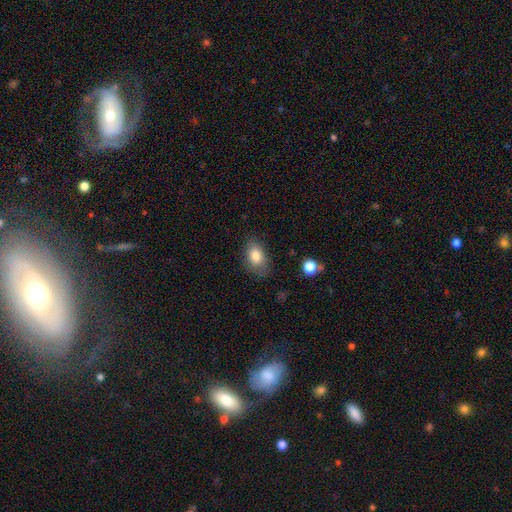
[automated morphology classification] smooth 83%, featured or disk 9%, star or artifact 8%. Down the decision tree: how rounded — in between (88%); merging — none (71%).